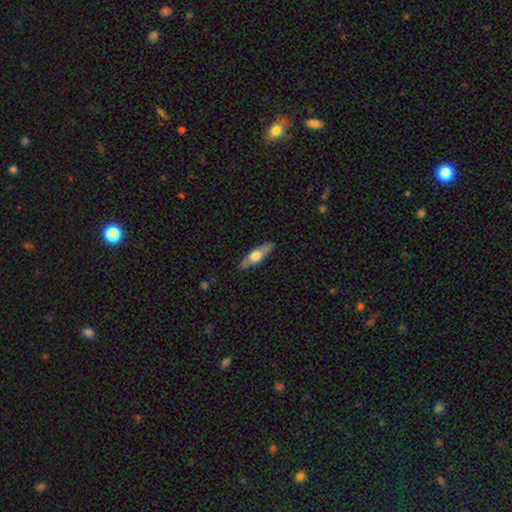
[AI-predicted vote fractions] Smooth or featured: smooth — 47% (tied with featured or disk — 47%)
Merging: none — 86% (minor disturbance — 10%)